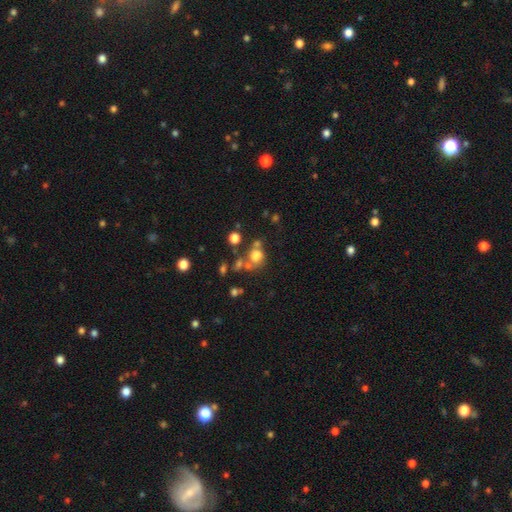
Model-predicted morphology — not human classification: smooth_or_featured: smooth (p=0.67) [alt: star or artifact p=0.18]
how_rounded: round (p=0.70) [alt: in between p=0.29]
merging: none (p=0.45) [alt: merger p=0.34]